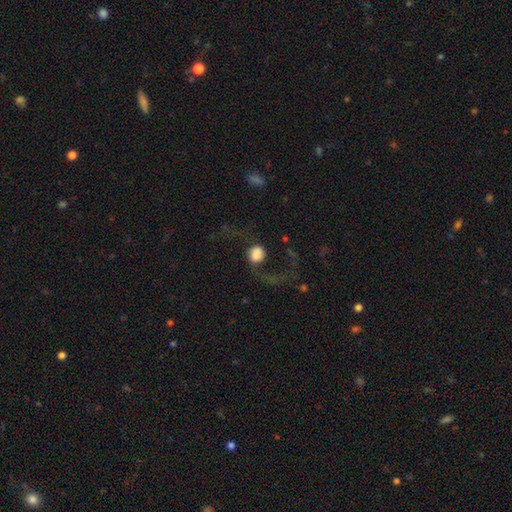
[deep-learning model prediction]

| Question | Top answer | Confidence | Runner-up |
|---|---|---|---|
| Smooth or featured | smooth | 57% | featured or disk (33%) |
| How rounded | round | 73% | in between (25%) |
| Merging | major disturbance | 49% | none (30%) |